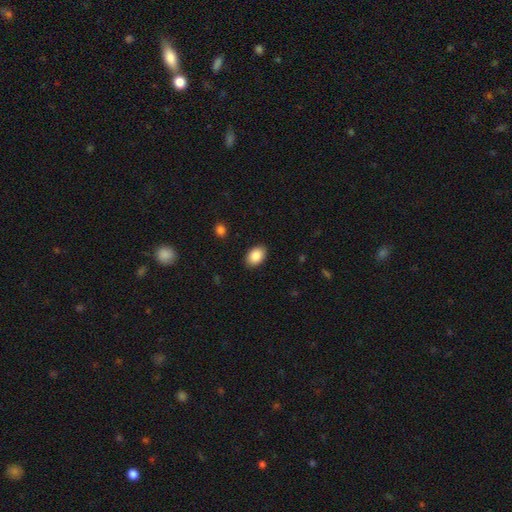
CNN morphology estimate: smooth_or_featured: smooth (p=0.88) [alt: star or artifact p=0.07]
how_rounded: in between (p=0.86) [alt: round p=0.13]
merging: none (p=0.88) [alt: minor disturbance p=0.09]